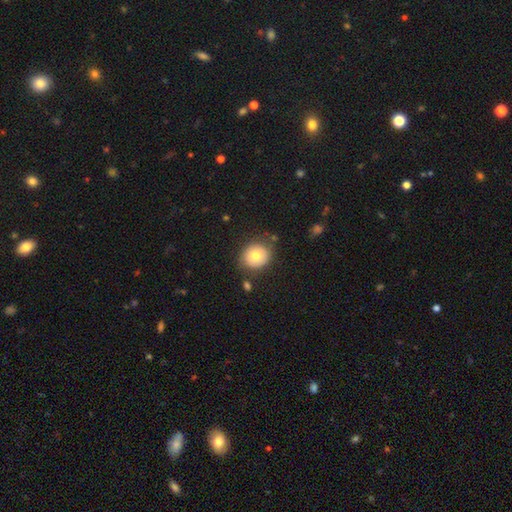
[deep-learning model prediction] Overall: smooth (74%). How rounded: round (79%). Merging: none (78%).